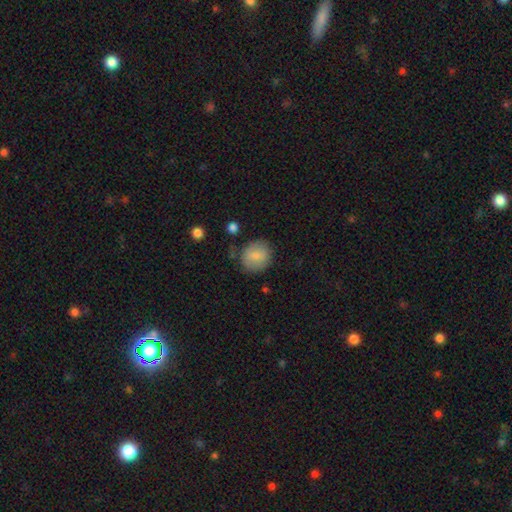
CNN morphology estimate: Overall: smooth (79%). How rounded: round (71%). Merging: none (77%).